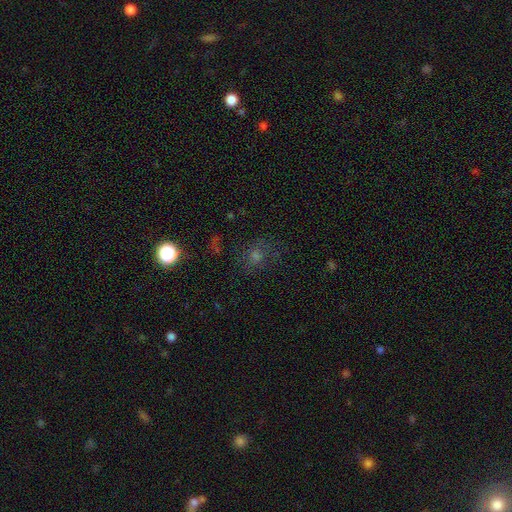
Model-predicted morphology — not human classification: Smooth or featured? smooth (45%)
Merging? none (73%)